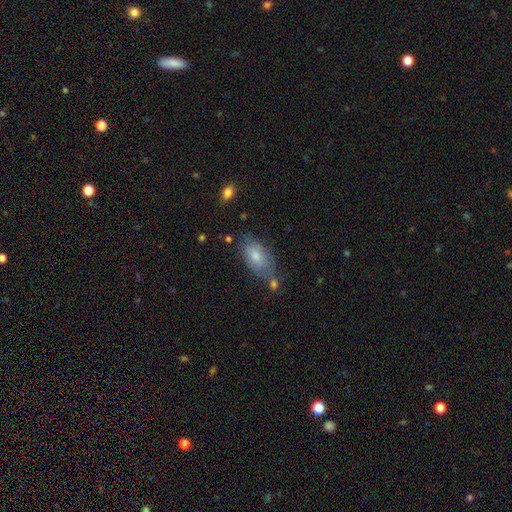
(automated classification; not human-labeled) Overall: smooth (66%). How rounded: in between (89%). Merging: none (62%).